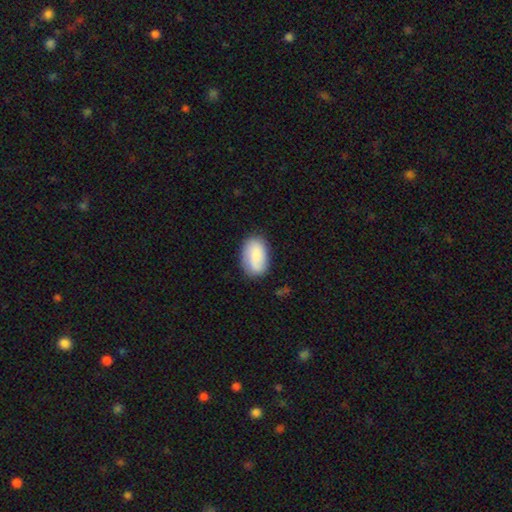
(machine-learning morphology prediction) A smooth galaxy with no disk features (74%) that is in between round and cigar-shaped (90%). Merging: none (74%).